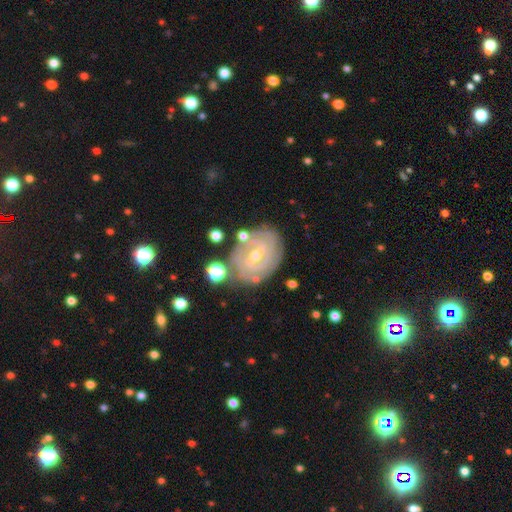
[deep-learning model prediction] Q: Smooth or featured?
A: featured or disk (88%); runner-up: smooth (6%)
Q: Edge-on disk?
A: no (97%); runner-up: yes (3%)
Q: Bar?
A: weak (46%); runner-up: no (34%)
Q: Spiral arms?
A: yes (97%); runner-up: no (3%)
Q: Spiral winding?
A: tight (81%); runner-up: medium (17%)
Q: Spiral arm count?
A: 2 (32%); runner-up: 3 (24%)
Q: Bulge size?
A: small (59%); runner-up: moderate (38%)
Q: Merging?
A: none (76%); runner-up: minor disturbance (15%)